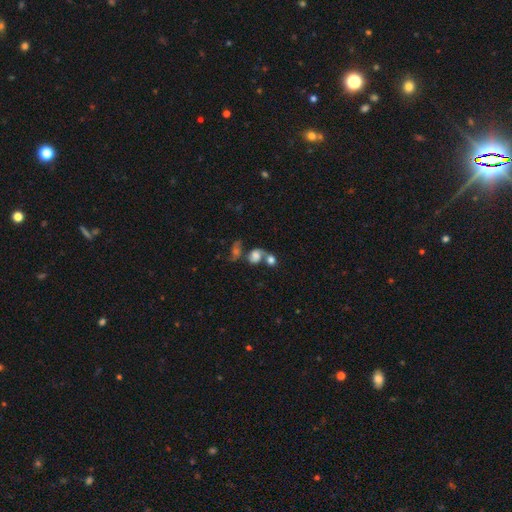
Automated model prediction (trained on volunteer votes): This appears to be a smooth galaxy with no disk features (57%) that is round (58%). Merging: merger (52%).